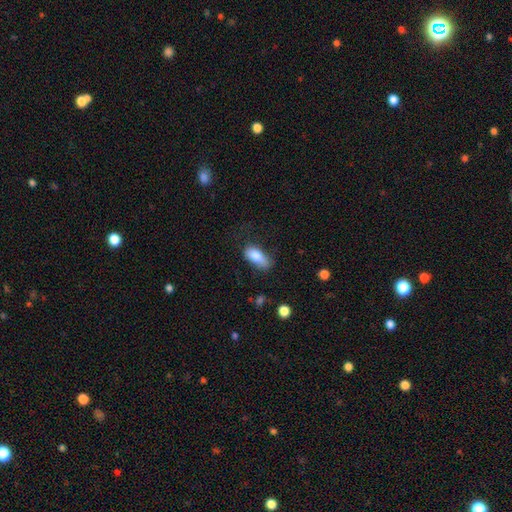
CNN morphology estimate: type=smooth (82%); roundness=in between (87%); merging=none (46%).